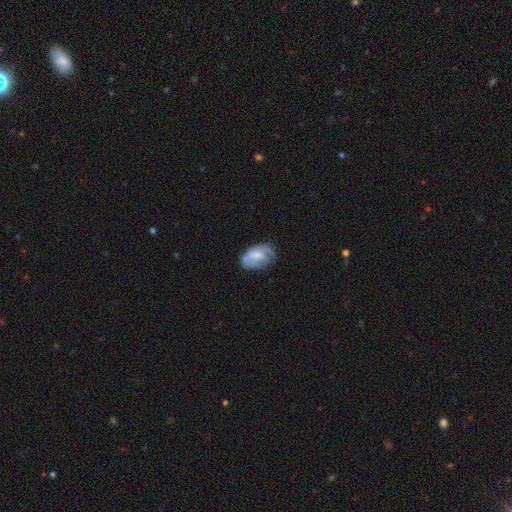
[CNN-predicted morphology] This is possibly a smooth galaxy (48%). Merging: possibly none (53%).